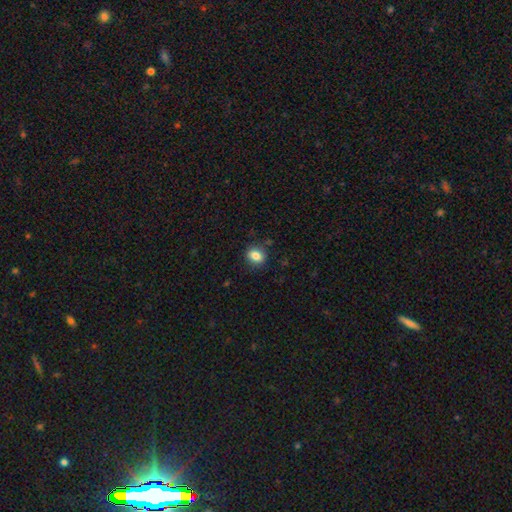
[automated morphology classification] Smooth or featured? smooth (83%)
How rounded? round (51%)
Merging? none (86%)